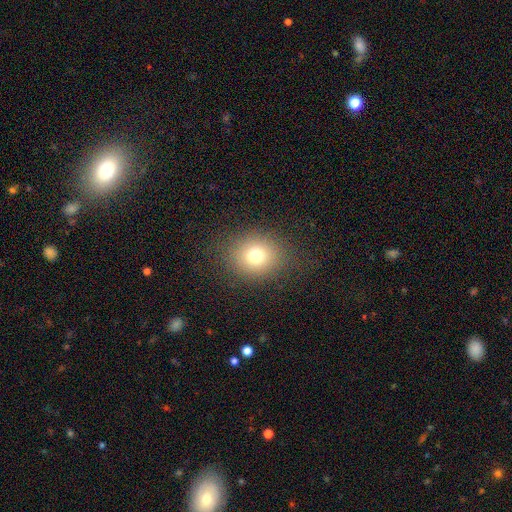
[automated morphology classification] Overall: smooth (74%). How rounded: round (72%). Merging: none (84%).